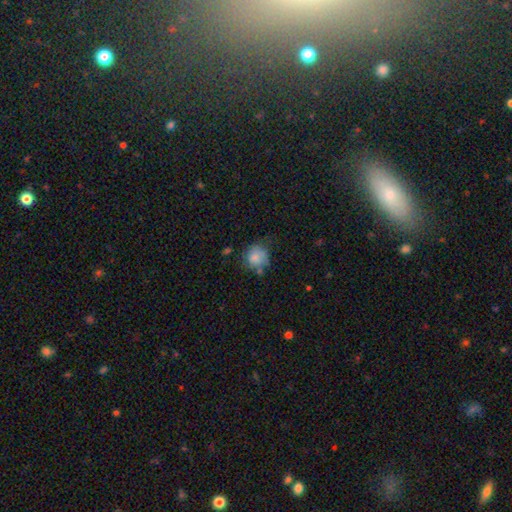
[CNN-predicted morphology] The model was most divided on "merging": none: 53%, minor disturbance: 28%, major disturbance: 10%, merger: 9%. More confident: how rounded — round (81%); smooth or featured — smooth (79%).